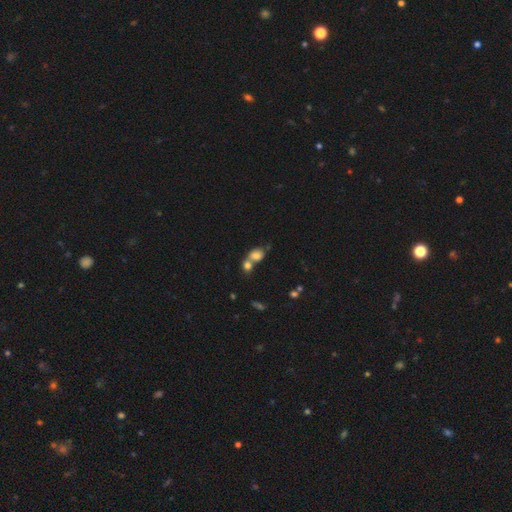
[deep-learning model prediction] This is likely a smooth galaxy (75%). How rounded: possibly in between (59%). Merging: likely merger (63%).